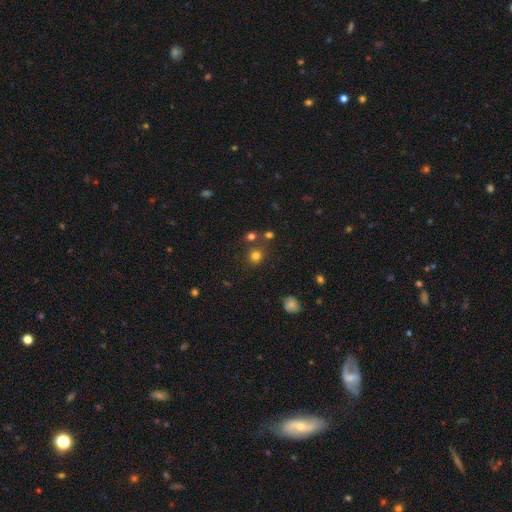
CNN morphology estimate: smooth_or_featured: smooth (p=0.73) [alt: star or artifact p=0.20]
how_rounded: round (p=0.88) [alt: in between p=0.11]
merging: none (p=0.72) [alt: merger p=0.16]